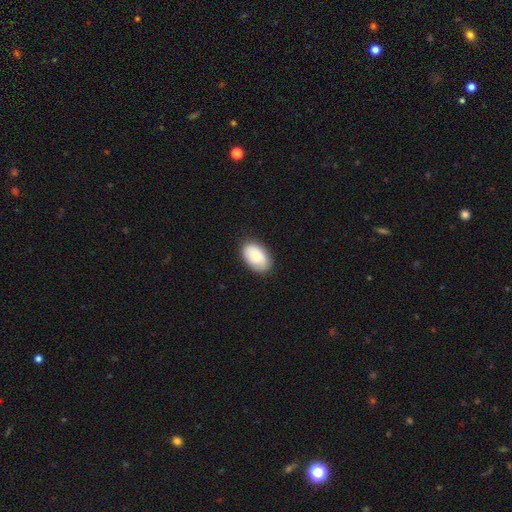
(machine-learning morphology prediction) Smooth or featured?
  - smooth: 85% *
  - featured or disk: 9%
  - star or artifact: 6%
How rounded?
  - in between: 93% *
  - round: 6%
  - cigar-shaped: 1%
Merging?
  - none: 84% *
  - minor disturbance: 13%
  - major disturbance: 2%
  - merger: 1%